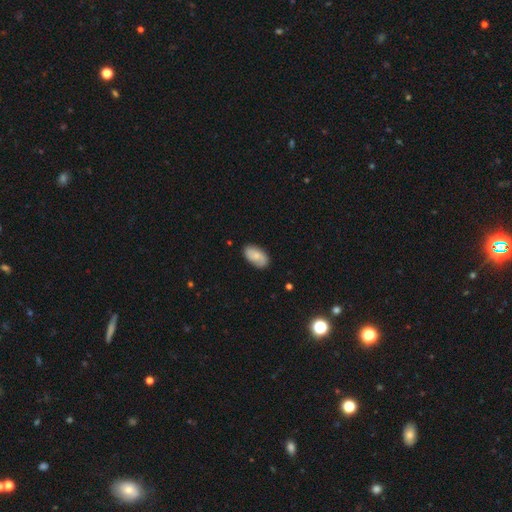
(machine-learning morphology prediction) Smooth or featured? Predicted: smooth (p=0.70). How rounded? Predicted: in between (p=0.94). Merging? Predicted: none (p=0.80).